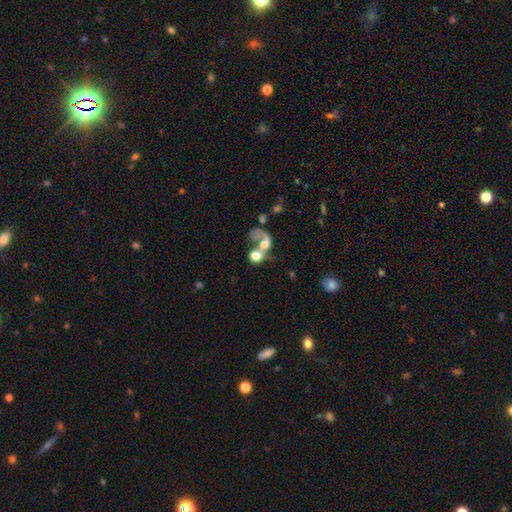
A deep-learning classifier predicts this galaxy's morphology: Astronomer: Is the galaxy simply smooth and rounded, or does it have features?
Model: smooth — 53% (runner-up: featured or disk, 37%).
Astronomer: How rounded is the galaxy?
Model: round — 59% (runner-up: in between, 39%).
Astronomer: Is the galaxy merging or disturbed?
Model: merger — 71%.